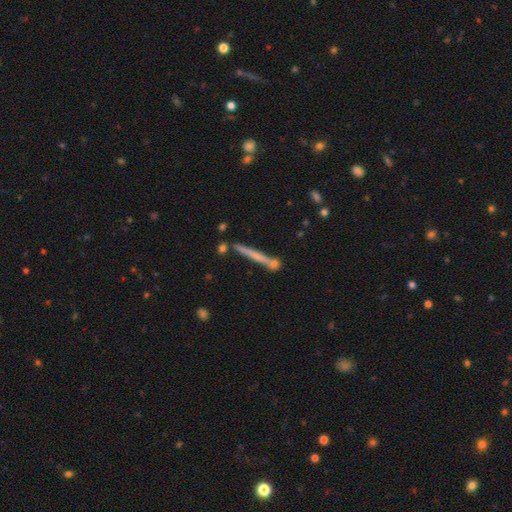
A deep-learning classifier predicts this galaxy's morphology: Smooth or featured?
  - featured or disk: 46% * (tied)
  - smooth: 46% * (tied)
  - star or artifact: 7%
Merging?
  - none: 79% *
  - minor disturbance: 11%
  - merger: 8%
  - major disturbance: 3%